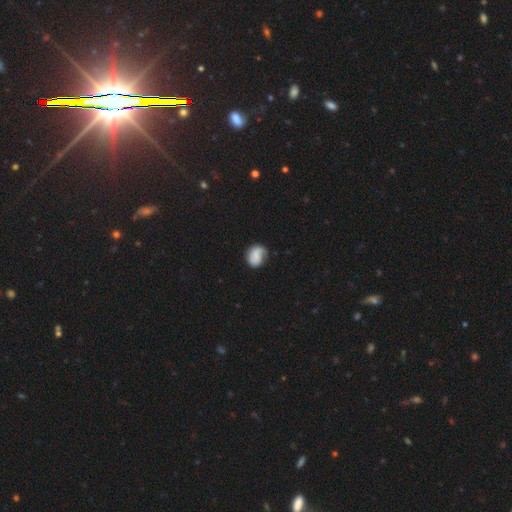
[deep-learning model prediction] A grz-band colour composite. It shows a smooth galaxy with no disk features (59%) that is round (56%). Merging: none (58%).